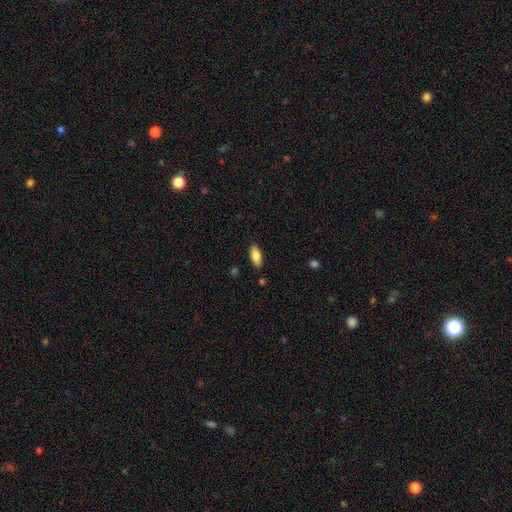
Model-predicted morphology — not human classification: This is clearly a smooth galaxy (82%). How rounded: clearly in between (86%). Merging: clearly none (86%).